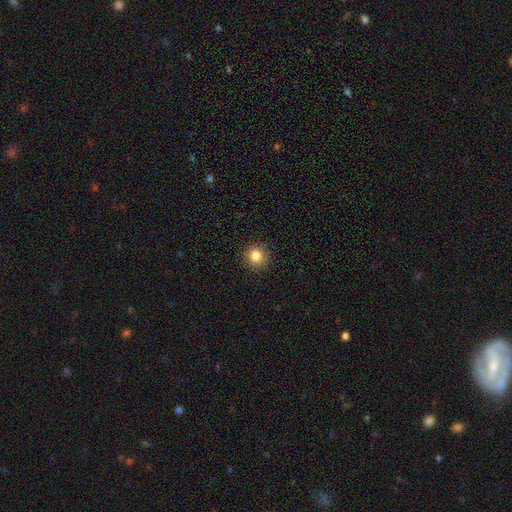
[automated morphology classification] Overall: smooth (84%). How rounded: round (92%). Merging: none (91%).